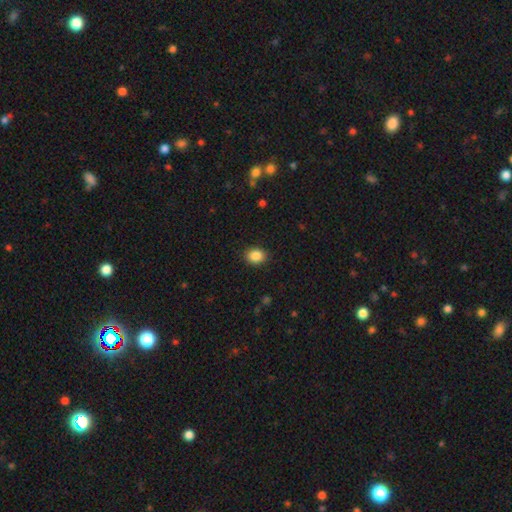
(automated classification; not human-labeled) A smooth galaxy with no disk features (87%) that is round (55%). Merging: none (88%).